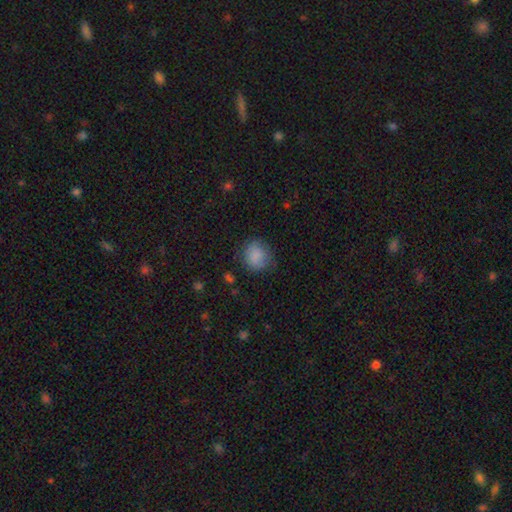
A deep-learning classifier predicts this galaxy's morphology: Overall: smooth (85%). How rounded: round (79%). Merging: none (76%).